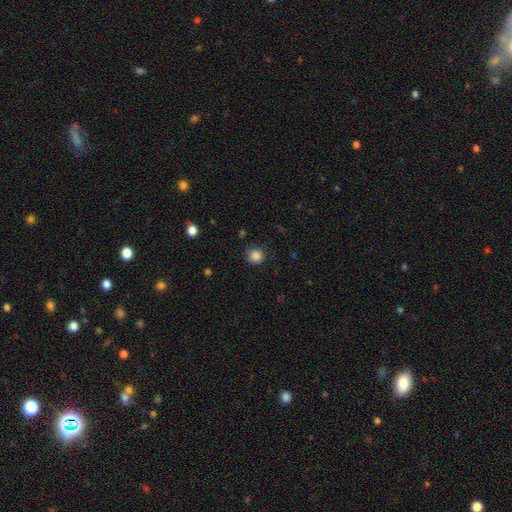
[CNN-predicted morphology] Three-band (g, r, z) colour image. It shows a smooth galaxy with no disk features (85%) that is round (89%). Merging: none (81%).